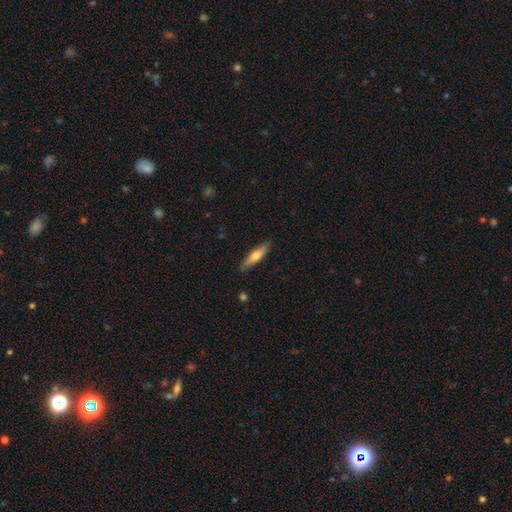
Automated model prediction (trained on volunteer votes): Smooth or featured? Predicted: smooth (p=0.58). How rounded? Predicted: cigar-shaped (p=0.78). Merging? Predicted: none (p=0.86).